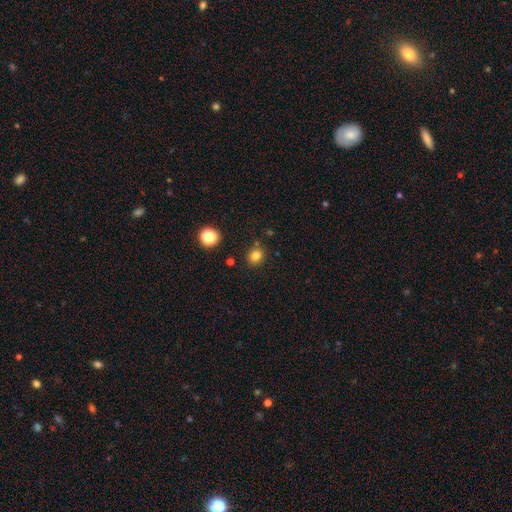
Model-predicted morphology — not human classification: smooth 81%, star or artifact 14%, featured or disk 6%. Down the decision tree: how rounded — round (80%); merging — none (85%).